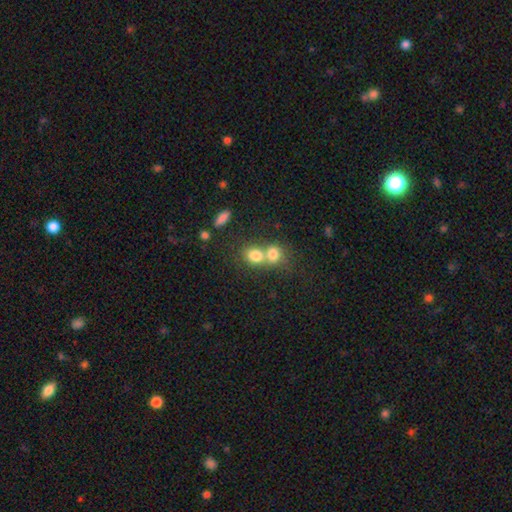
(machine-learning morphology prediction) type=smooth (77%); roundness=round (61%); merging=merger (62%).